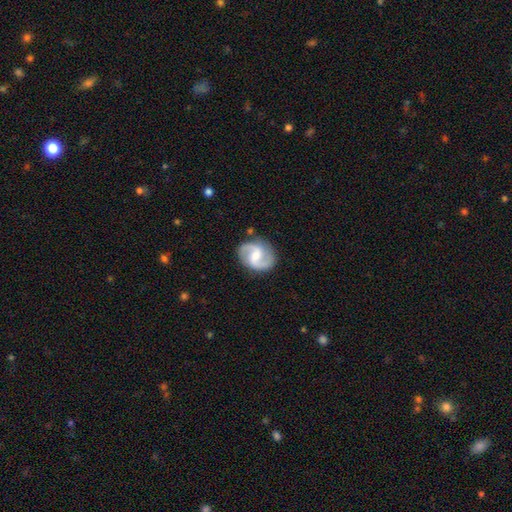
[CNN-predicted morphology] A featured or disk galaxy (88%) with a weak bar (53%), 2 (94%) medium (55%) spiral arms (97%) and a moderate central bulge (50%). Merging: none (85%).